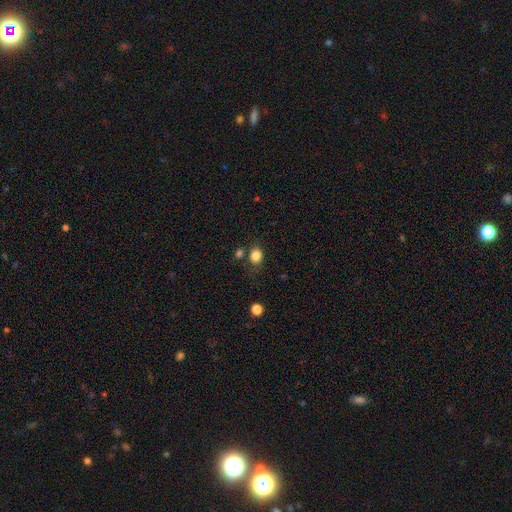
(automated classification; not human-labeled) This is clearly a smooth galaxy (84%). How rounded: possibly round (58%). Merging: likely none (69%).